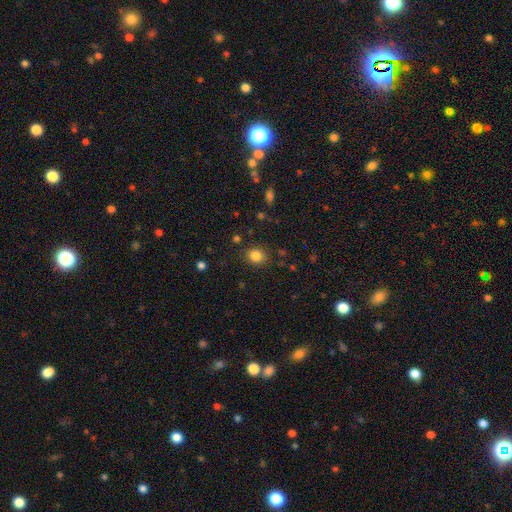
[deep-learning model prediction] This appears to be a smooth galaxy with no disk features (84%) that is round (75%). Merging: none (86%).